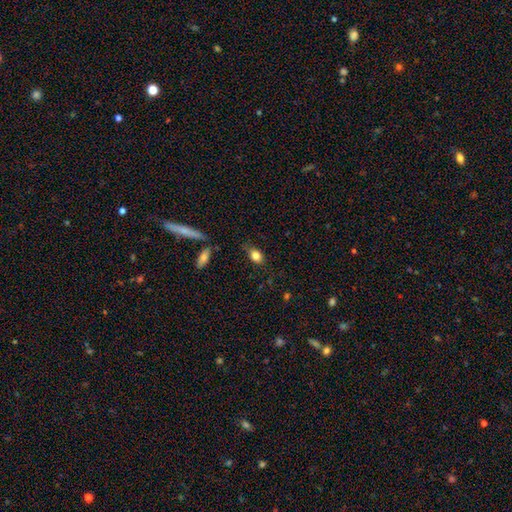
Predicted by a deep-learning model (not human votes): Overall: smooth (82%). How rounded: in between (74%). Merging: none (74%).